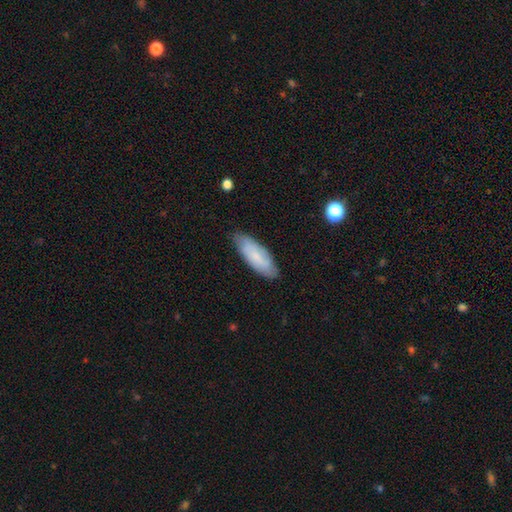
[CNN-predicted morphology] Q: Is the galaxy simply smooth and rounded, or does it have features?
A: smooth — 67%.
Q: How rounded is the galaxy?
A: in between — 67%.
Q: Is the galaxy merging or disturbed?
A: none — 81%.